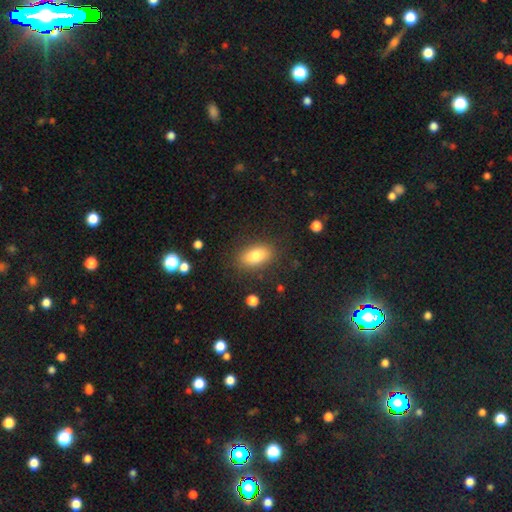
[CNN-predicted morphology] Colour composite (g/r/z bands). It shows a smooth galaxy with no disk features (81%) that is in between round and cigar-shaped (88%). Merging: none (84%).